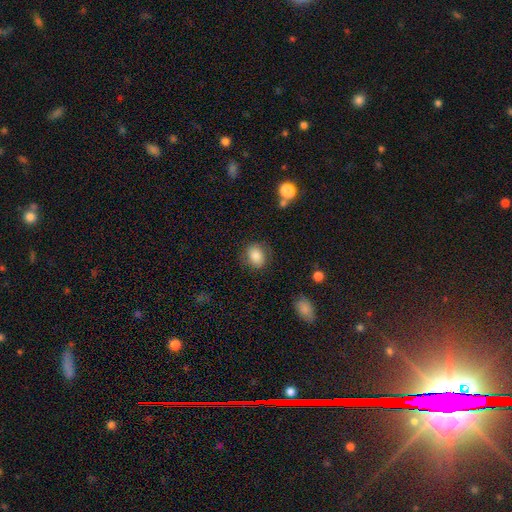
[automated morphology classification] smooth-or-featured: smooth: 84% | star or artifact: 8% | featured or disk: 8%
  how-rounded: in between: 52% | round: 47% | cigar-shaped: 1%
  merging: none: 79% | minor disturbance: 14% | major disturbance: 5% | merger: 2%